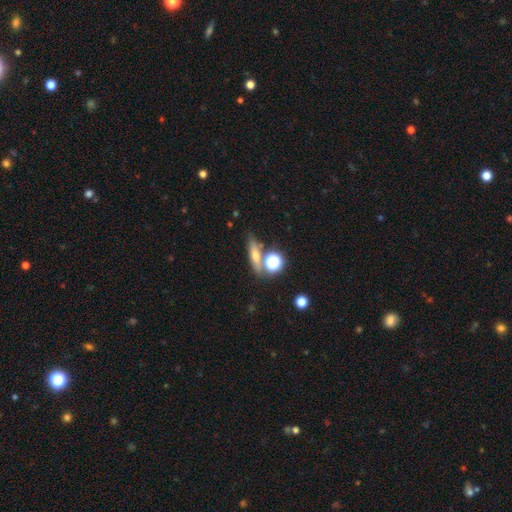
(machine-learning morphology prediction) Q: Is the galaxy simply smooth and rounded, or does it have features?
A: smooth — 50%.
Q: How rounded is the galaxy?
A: cigar-shaped — 51%.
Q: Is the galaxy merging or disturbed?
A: none — 70%.